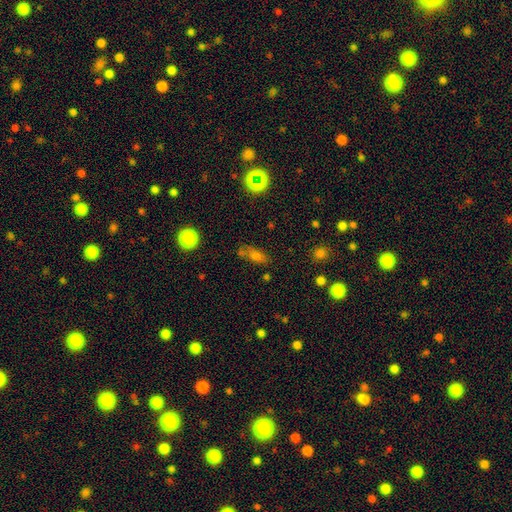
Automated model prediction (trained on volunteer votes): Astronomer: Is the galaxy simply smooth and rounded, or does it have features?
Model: smooth — 66%.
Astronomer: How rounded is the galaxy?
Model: in between — 73%.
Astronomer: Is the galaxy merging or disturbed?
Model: none — 61%.